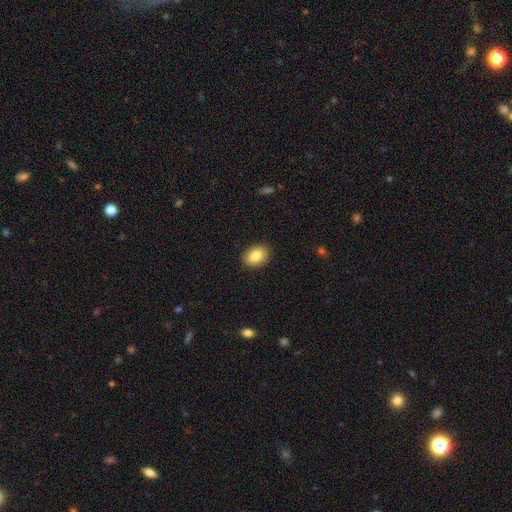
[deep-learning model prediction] Smooth or featured? smooth (84%)
How rounded? in between (78%)
Merging? none (89%)